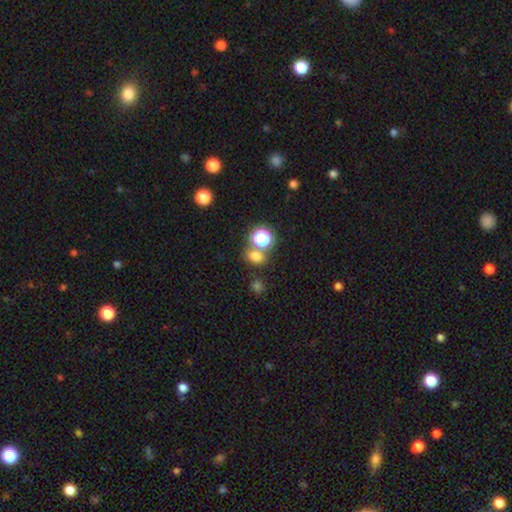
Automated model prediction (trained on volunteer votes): smooth-or-featured: smooth: 68% | star or artifact: 25% | featured or disk: 7%
  how-rounded: round: 59% | in between: 39% | cigar-shaped: 1%
  merging: none: 66% | merger: 22% | minor disturbance: 9% | major disturbance: 4%